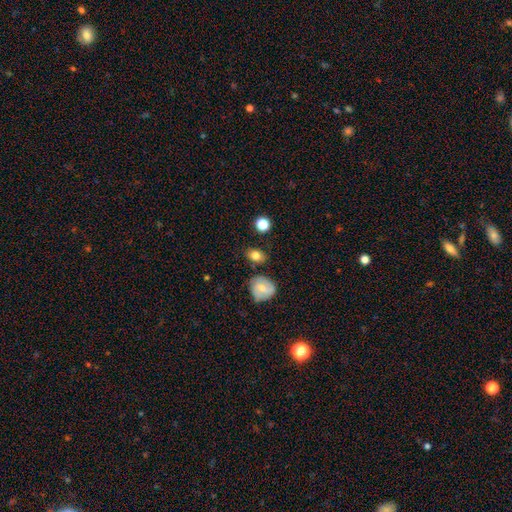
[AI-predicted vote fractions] Smooth or featured: smooth — 80% (featured or disk — 12%)
How rounded: in between — 62% (round — 36%)
Merging: none — 78% (minor disturbance — 14%)